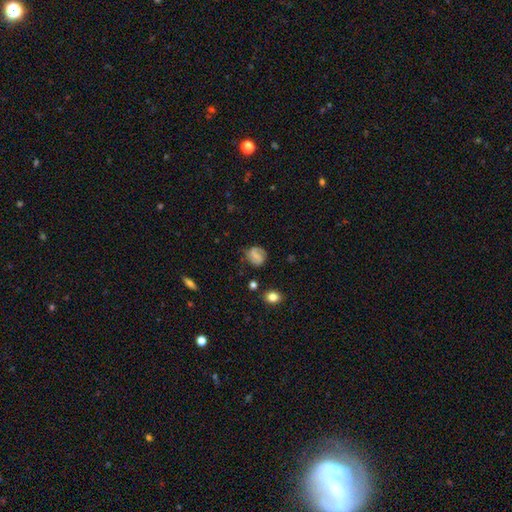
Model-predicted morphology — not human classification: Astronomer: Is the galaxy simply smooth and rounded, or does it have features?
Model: featured or disk — 45%, tied with smooth at 45%.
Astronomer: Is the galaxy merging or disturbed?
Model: none — 67%.